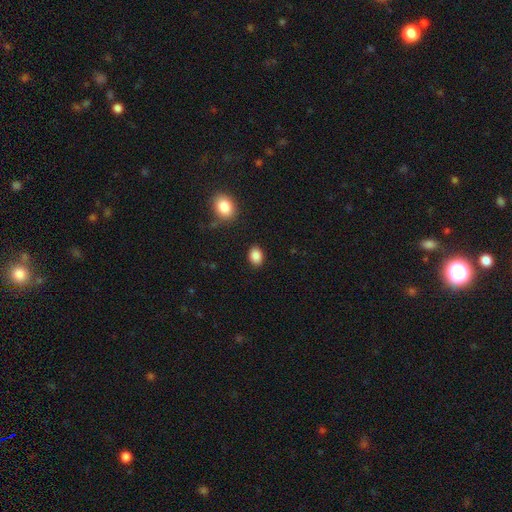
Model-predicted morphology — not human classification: This appears to be a smooth galaxy with no disk features (87%) that is in between round and cigar-shaped (71%). Merging: none (87%).